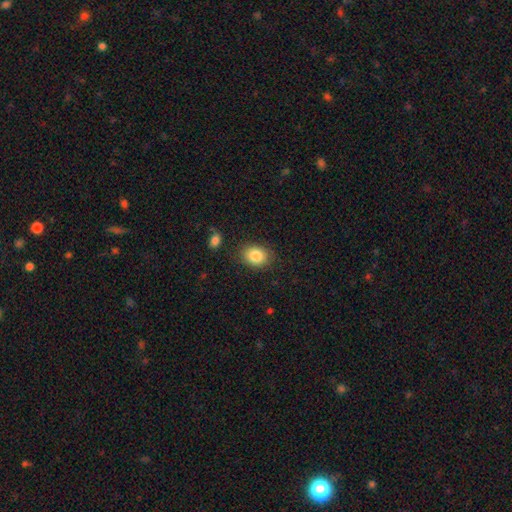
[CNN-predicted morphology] Q: Smooth or featured?
A: smooth (85%); runner-up: star or artifact (9%)
Q: How rounded?
A: in between (58%); runner-up: round (41%)
Q: Merging?
A: none (84%); runner-up: minor disturbance (11%)